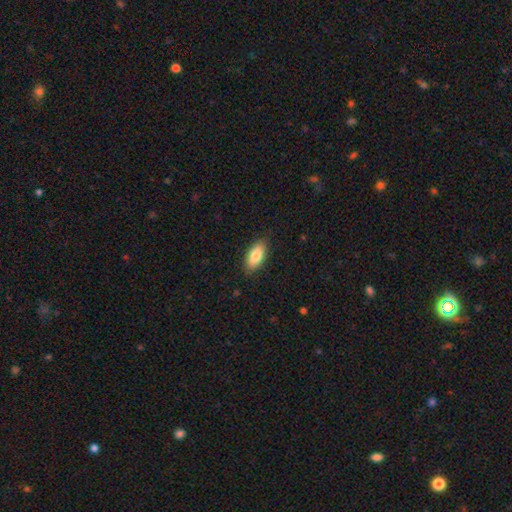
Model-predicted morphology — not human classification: smooth 81%, featured or disk 12%, star or artifact 6%. Down the decision tree: how rounded — in between (87%); merging — none (85%).